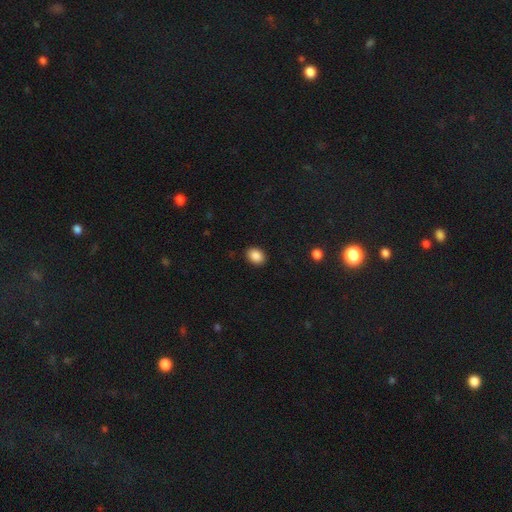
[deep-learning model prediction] smooth_or_featured: smooth (p=0.87) [alt: star or artifact p=0.09]
how_rounded: in between (p=0.62) [alt: round p=0.38]
merging: none (p=0.91) [alt: minor disturbance p=0.07]